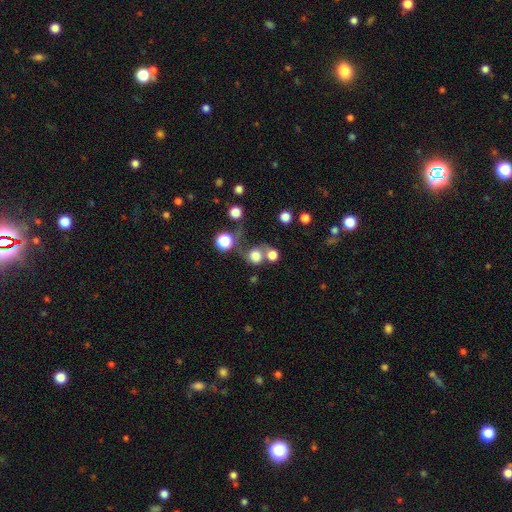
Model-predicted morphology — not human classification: This appears to be a smooth galaxy with no disk features (76%) that is round (82%). Merging: none (41%).